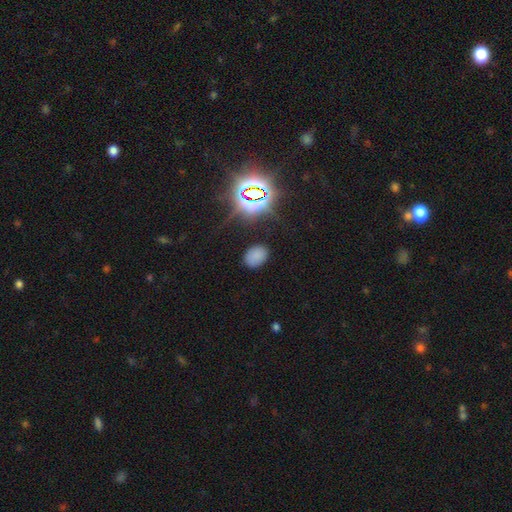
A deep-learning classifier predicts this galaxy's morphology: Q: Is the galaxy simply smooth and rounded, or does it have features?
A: smooth — 71%.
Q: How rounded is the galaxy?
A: in between — 76%.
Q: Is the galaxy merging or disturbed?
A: none — 83%.